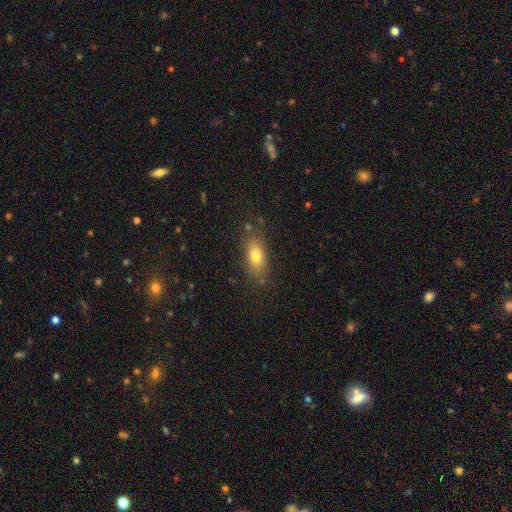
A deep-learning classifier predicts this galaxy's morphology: type=smooth (78%); roundness=in between (82%); merging=none (79%).